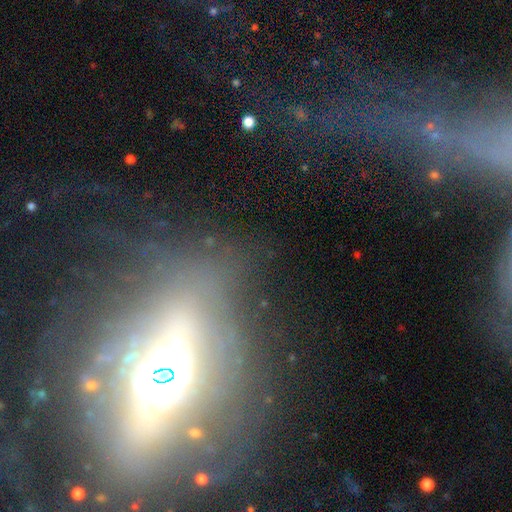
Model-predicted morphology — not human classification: The model was most divided on "smooth or featured": star or artifact: 42%, featured or disk: 38%, smooth: 20%.